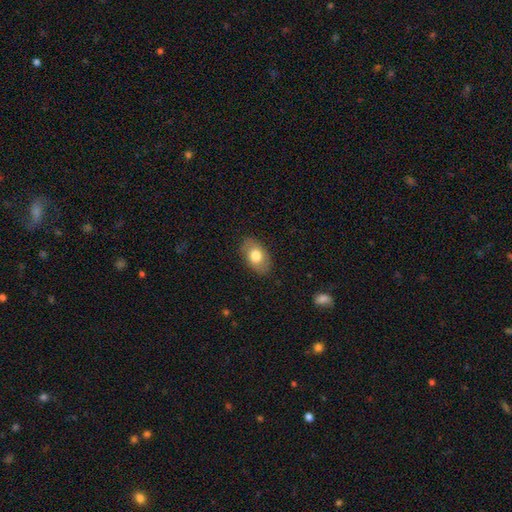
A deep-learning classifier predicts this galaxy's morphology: smooth-or-featured: smooth: 75% | featured or disk: 18% | star or artifact: 7%
  how-rounded: in between: 90% | round: 9% | cigar-shaped: 1%
  merging: none: 85% | minor disturbance: 11% | major disturbance: 3% | merger: 1%